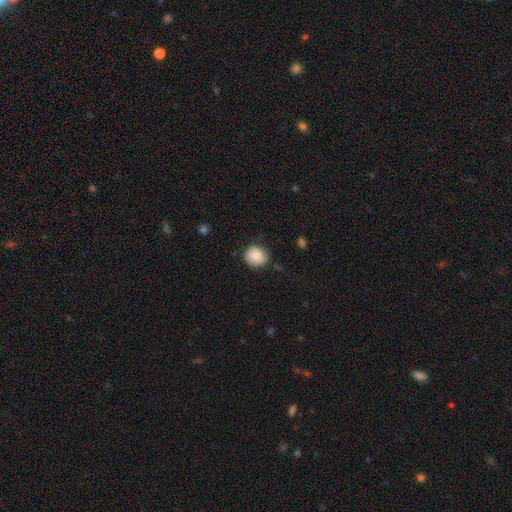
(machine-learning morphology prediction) The model was most divided on "merging": none: 77%, minor disturbance: 17%, major disturbance: 3%, merger: 2%. More confident: how rounded — round (83%); smooth or featured — smooth (82%).